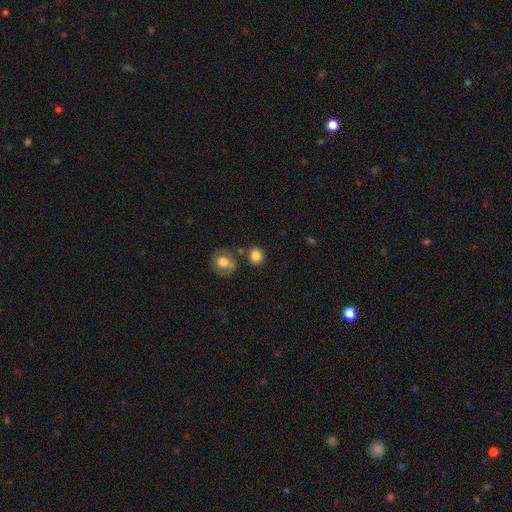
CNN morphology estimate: This appears to be a smooth galaxy with no disk features (83%) that is round (85%). Merging: none (78%).